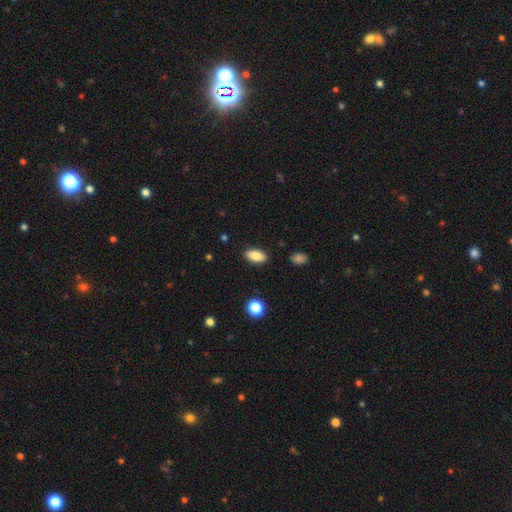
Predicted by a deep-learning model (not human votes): smooth-or-featured: smooth: 83% | featured or disk: 9% | star or artifact: 8%
  how-rounded: in between: 89% | cigar-shaped: 7% | round: 3%
  merging: none: 88% | minor disturbance: 9% | major disturbance: 2% | merger: 1%